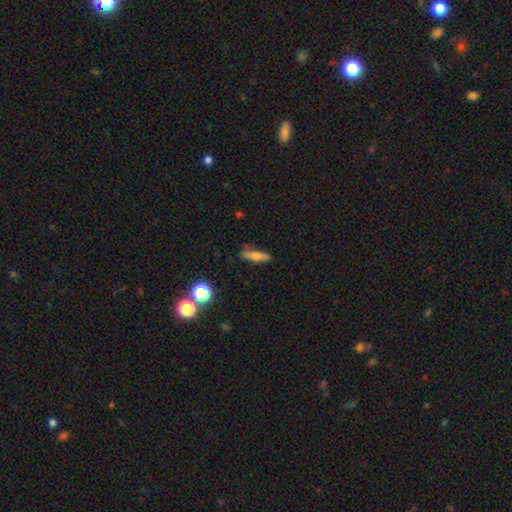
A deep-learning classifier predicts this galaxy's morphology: Smooth or featured: smooth — 62% (featured or disk — 28%)
How rounded: cigar-shaped — 70% (in between — 26%)
Merging: none — 81% (minor disturbance — 13%)